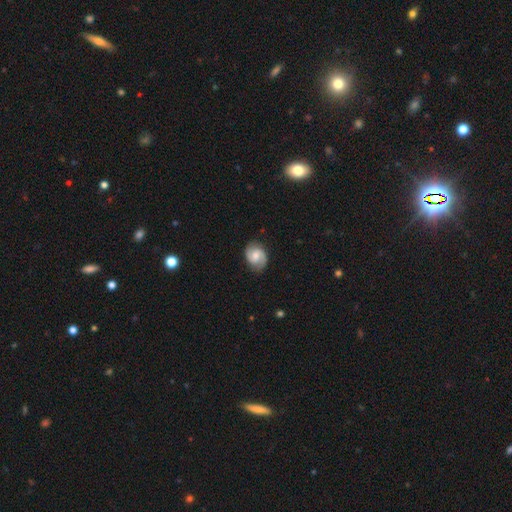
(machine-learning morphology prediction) This is likely a featured or disk galaxy (76%). It is clearly not viewed edge-on (98%). Bar: possibly weak (48%). Spiral arm pattern: clearly yes (96%). Spiral arm count: clearly 2 (91%). Spiral winding: possibly medium (49%). Central bulge: possibly moderate (53%). Merging: clearly none (84%).